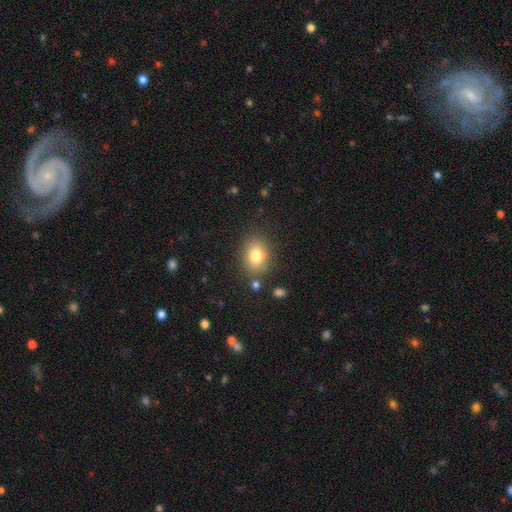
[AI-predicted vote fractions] A smooth galaxy with no disk features (78%) that is in between round and cigar-shaped (62%). Merging: none (81%).